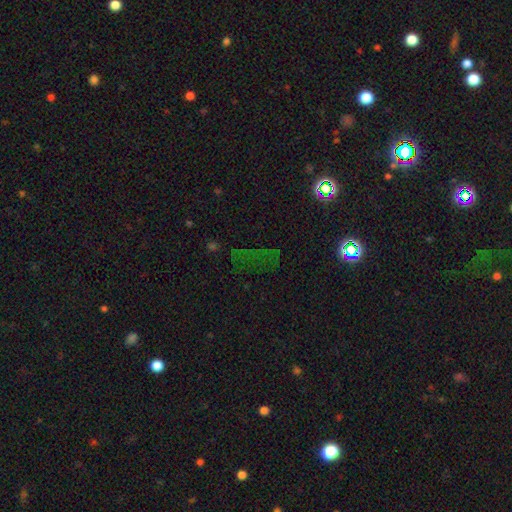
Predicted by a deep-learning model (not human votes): smooth_or_featured: star or artifact (p=0.66) [alt: smooth p=0.22]